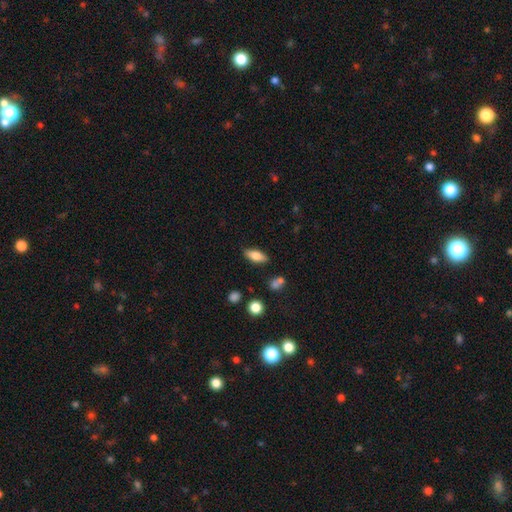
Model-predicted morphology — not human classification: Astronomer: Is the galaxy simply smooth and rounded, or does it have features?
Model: smooth — 74%.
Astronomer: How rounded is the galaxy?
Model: in between — 80%.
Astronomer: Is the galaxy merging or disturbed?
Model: none — 84%.